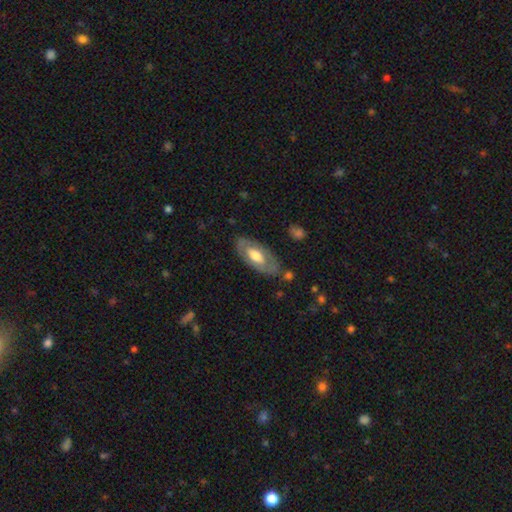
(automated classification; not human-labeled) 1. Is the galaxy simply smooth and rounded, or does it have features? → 51% featured or disk, 44% smooth, 5% star or artifact.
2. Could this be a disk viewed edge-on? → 84% no, 16% yes.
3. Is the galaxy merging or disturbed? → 77% none, 15% minor disturbance, 5% major disturbance, 2% merger.